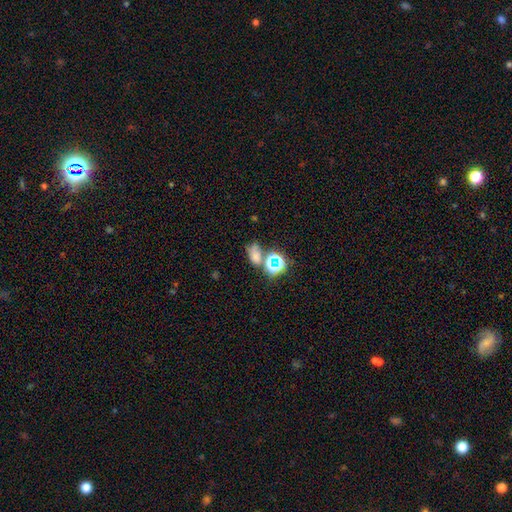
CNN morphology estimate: A smooth galaxy with no disk features (53%) that is in between round and cigar-shaped (68%).

Vote fractions:
- Smooth or featured? smooth: 53% / star or artifact: 34% / featured or disk: 13%
- How rounded? in between: 68% / round: 29% / cigar-shaped: 3%
- Merging? none: 41% / merger: 31% / minor disturbance: 16% / major disturbance: 12%